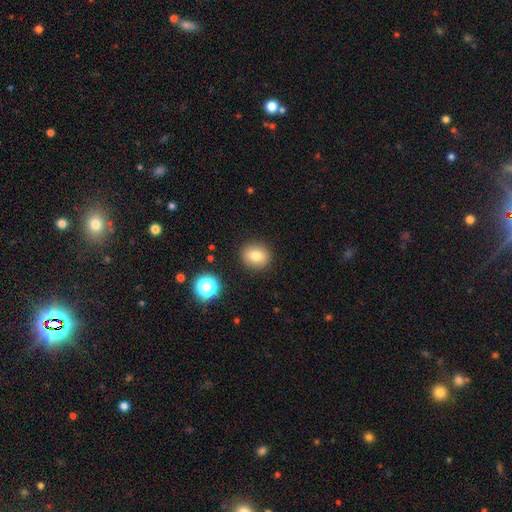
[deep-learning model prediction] A smooth galaxy with no disk features (80%) that is round (71%).

Vote fractions:
- Smooth or featured? smooth: 80% / star or artifact: 12% / featured or disk: 9%
- How rounded? round: 71% / in between: 28% / cigar-shaped: 1%
- Merging? none: 89% / minor disturbance: 7% / major disturbance: 2% / merger: 2%